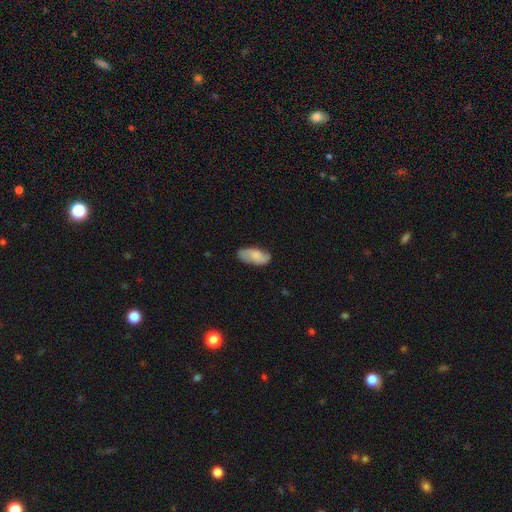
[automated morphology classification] A smooth galaxy with no disk features (69%) that is in between round and cigar-shaped (89%).

Vote fractions:
- Smooth or featured? smooth: 69% / featured or disk: 24% / star or artifact: 7%
- How rounded? in between: 89% / cigar-shaped: 9% / round: 2%
- Merging? none: 75% / minor disturbance: 20% / major disturbance: 4% / merger: 1%